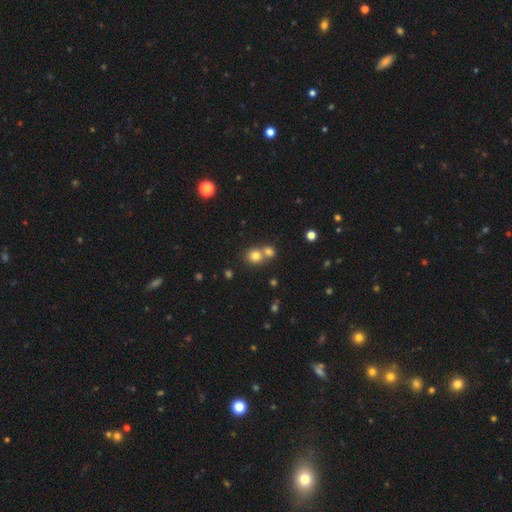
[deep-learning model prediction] A smooth galaxy with no disk features (78%) that is round (82%).

Vote fractions:
- Smooth or featured? smooth: 78% / star or artifact: 13% / featured or disk: 9%
- How rounded? round: 82% / in between: 17% / cigar-shaped: 1%
- Merging? none: 47% / merger: 45% / minor disturbance: 6% / major disturbance: 2%